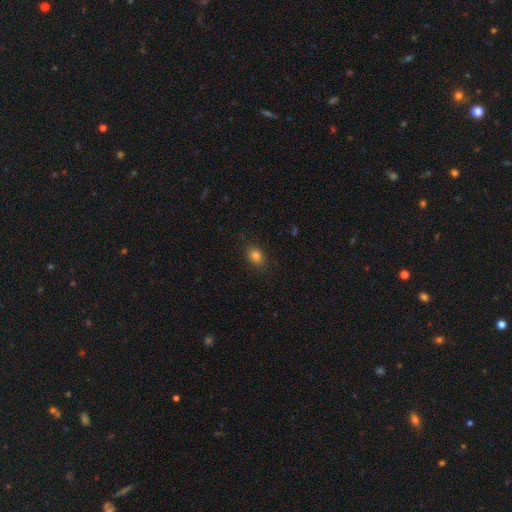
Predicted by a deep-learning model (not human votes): Smooth or featured? Predicted: smooth (p=0.82). How rounded? Predicted: in between (p=0.57). Merging? Predicted: none (p=0.85).